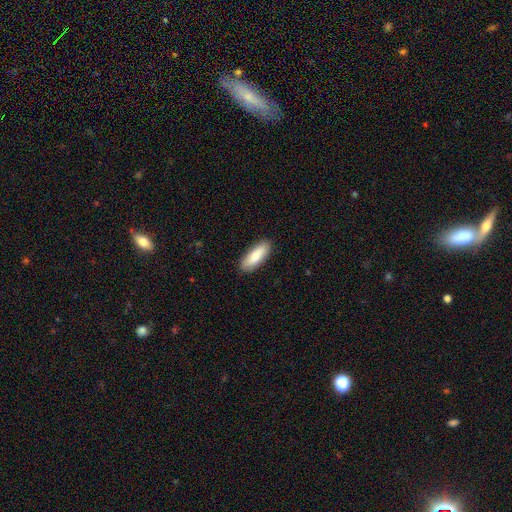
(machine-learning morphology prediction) smooth-or-featured: smooth: 80% | featured or disk: 15% | star or artifact: 6%
  how-rounded: in between: 66% | cigar-shaped: 32% | round: 2%
  merging: none: 90% | minor disturbance: 7% | major disturbance: 2% | merger: 1%